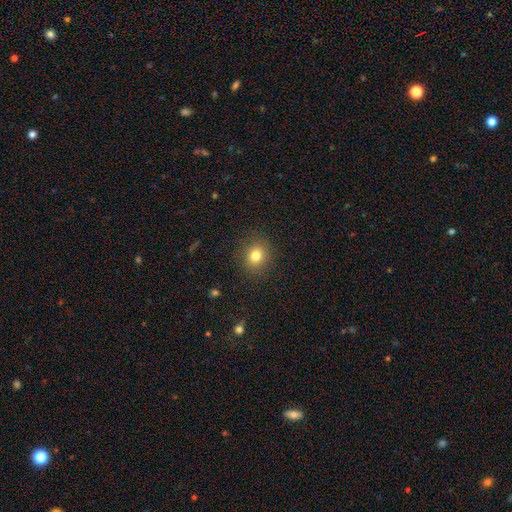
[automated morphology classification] This appears to be a smooth galaxy with no disk features (80%) that is round (76%). Merging: none (89%).